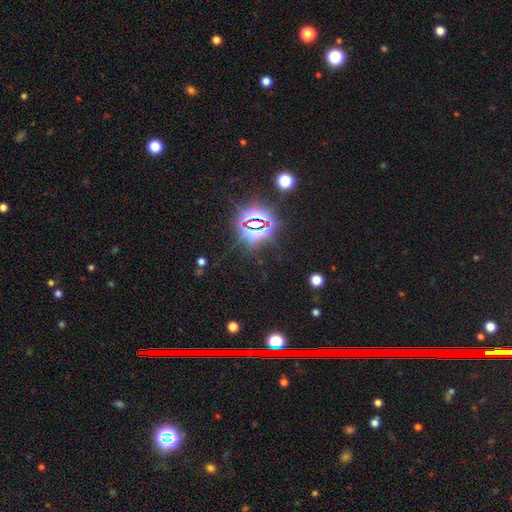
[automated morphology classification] A star or artifact, not a galaxy (81%).